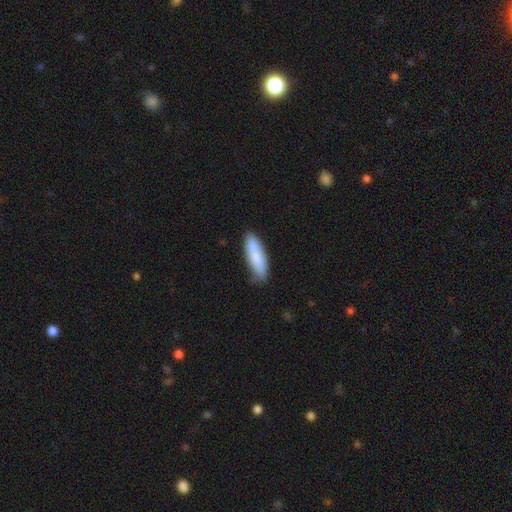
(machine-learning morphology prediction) Smooth or featured? smooth (82%)
How rounded? cigar-shaped (51%)
Merging? none (78%)